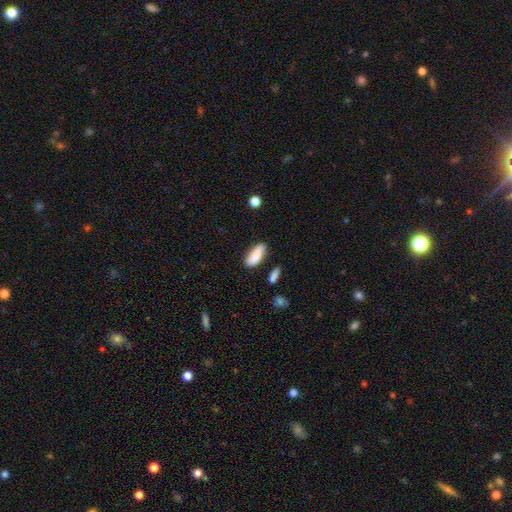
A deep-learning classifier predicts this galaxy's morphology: type=smooth (81%); roundness=in between (73%); merging=none (77%).